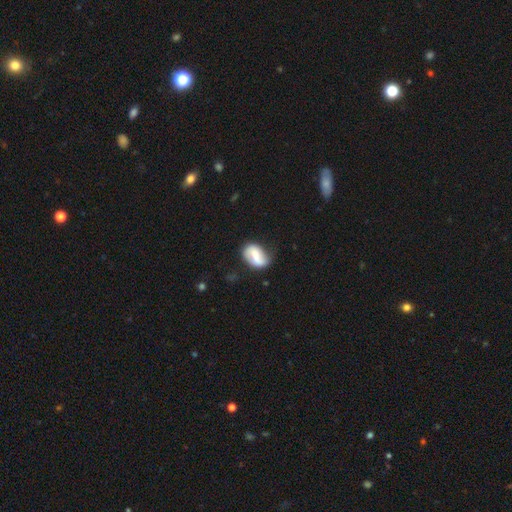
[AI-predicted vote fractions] The model was most divided on "bar": weak: 39%, strong: 34%, no: 27%. Remaining: edge-on disk — no (96%); spiral arms — yes (79%); merging — none (64%); smooth or featured — featured or disk (55%); bulge size — moderate (46%).